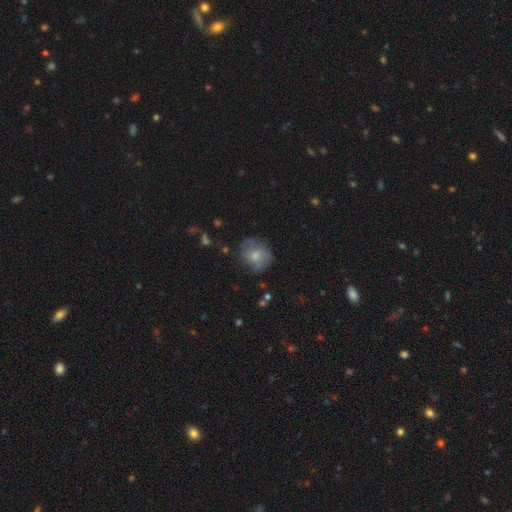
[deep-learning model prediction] smooth_or_featured: smooth (p=0.61) [alt: featured or disk p=0.31]
how_rounded: round (p=0.75) [alt: in between p=0.24]
merging: none (p=0.64) [alt: minor disturbance p=0.23]